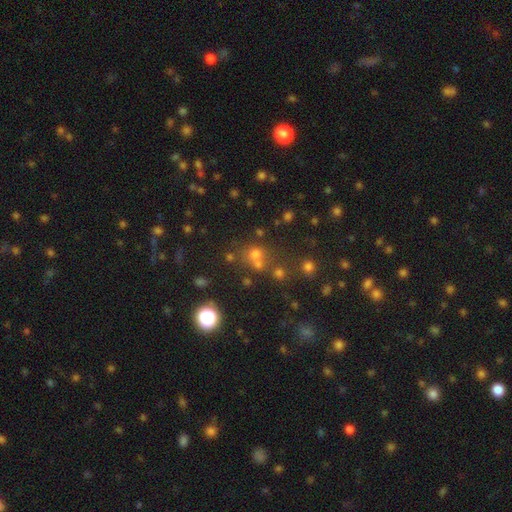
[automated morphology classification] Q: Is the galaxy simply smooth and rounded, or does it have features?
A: smooth — 51%.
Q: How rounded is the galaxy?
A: round — 87%.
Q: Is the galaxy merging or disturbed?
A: none — 59%.